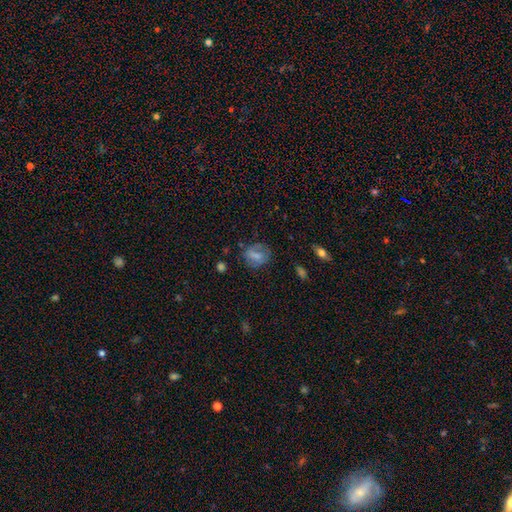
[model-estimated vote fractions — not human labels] Overall: smooth (63%; featured or disk 26%). How rounded: round (49%, tied with in between). Merging: none (61%; minor disturbance 23%).